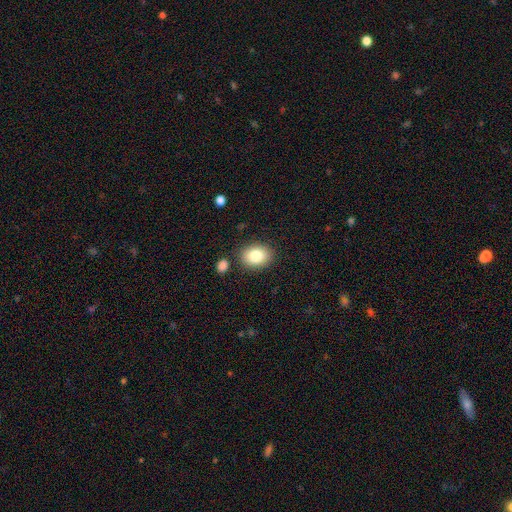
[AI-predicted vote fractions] Smooth or featured? smooth (84%)
How rounded? in between (65%)
Merging? none (84%)